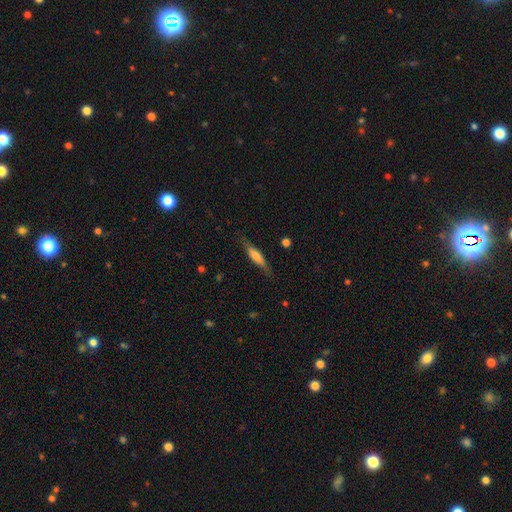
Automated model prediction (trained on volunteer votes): Q: Smooth or featured?
A: smooth (54%); runner-up: featured or disk (39%)
Q: How rounded?
A: cigar-shaped (77%); runner-up: in between (21%)
Q: Merging?
A: none (80%); runner-up: minor disturbance (15%)